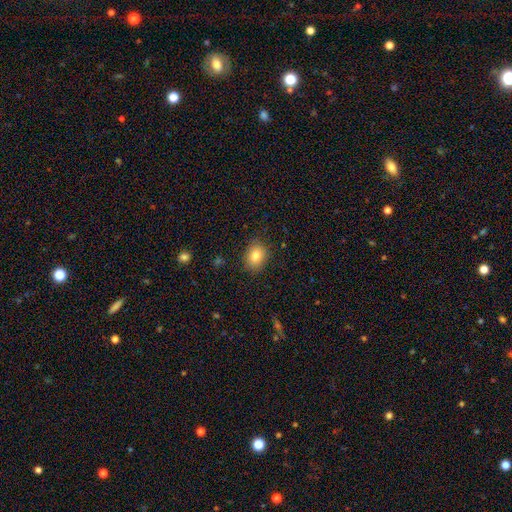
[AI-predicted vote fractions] This is clearly a smooth galaxy (83%). How rounded: likely in between (62%). Merging: clearly none (86%).